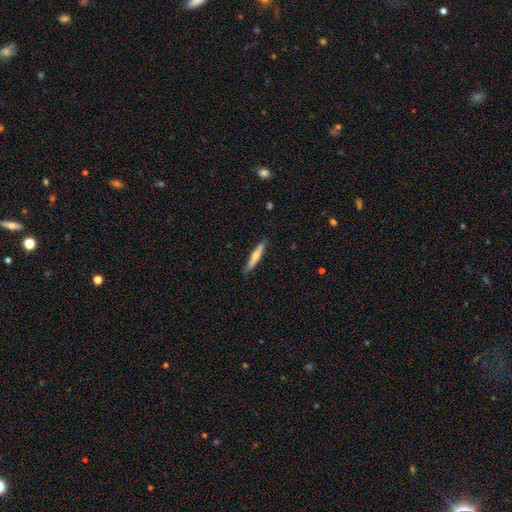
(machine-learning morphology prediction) Q: Smooth or featured?
A: smooth (53%); runner-up: featured or disk (42%)
Q: How rounded?
A: cigar-shaped (92%); runner-up: in between (7%)
Q: Merging?
A: none (85%); runner-up: minor disturbance (11%)